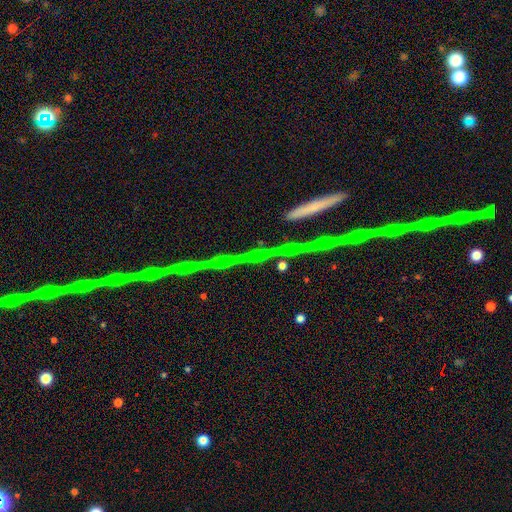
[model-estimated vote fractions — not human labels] star or artifact 58%, featured or disk 29%, smooth 13%.